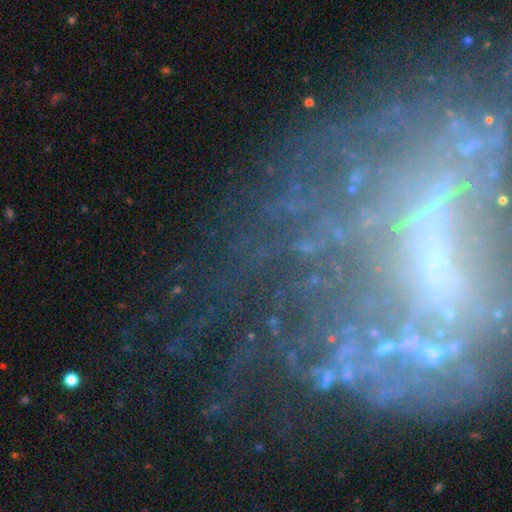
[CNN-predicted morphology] smooth_or_featured: featured or disk (p=0.67) [alt: star or artifact p=0.21]
disk_edge_on: no (p=0.93) [alt: yes p=0.07]
bar: no (p=0.47) [alt: weak p=0.29]
has_spiral_arms: yes (p=0.55) [alt: no p=0.45]
bulge_size: small (p=0.59) [alt: none p=0.23]
merging: none (p=0.55) [alt: major disturbance p=0.23]